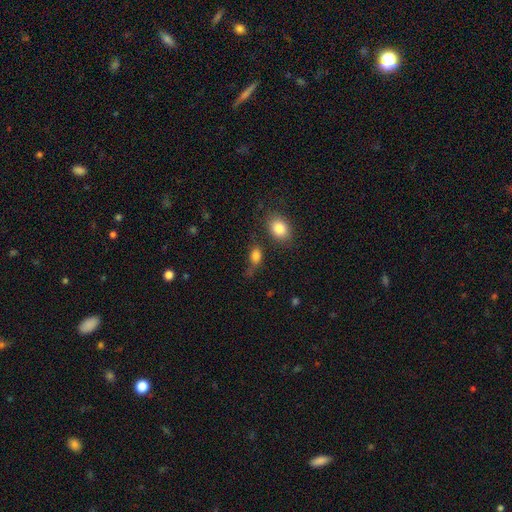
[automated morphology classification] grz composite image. It shows a smooth galaxy with no disk features (81%) that is in between round and cigar-shaped (75%). Merging: none (53%).